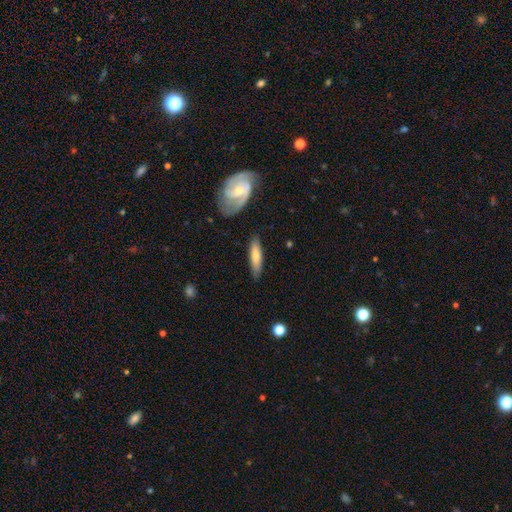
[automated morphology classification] Q: Smooth or featured?
A: smooth (61%); runner-up: featured or disk (33%)
Q: How rounded?
A: cigar-shaped (70%); runner-up: in between (28%)
Q: Merging?
A: none (82%); runner-up: minor disturbance (13%)